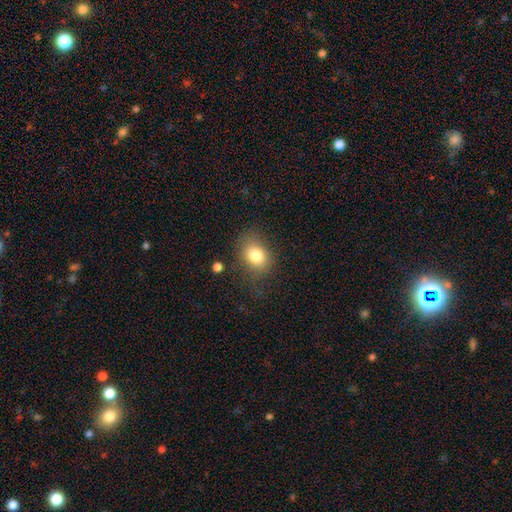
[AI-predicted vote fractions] Overall: smooth (79%). How rounded: round (51%; in between 48%). Merging: none (71%).